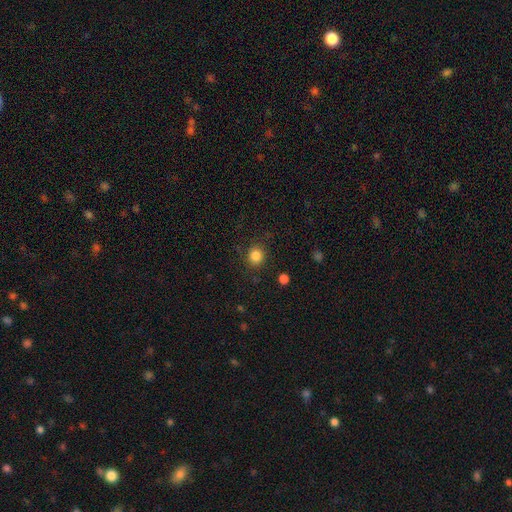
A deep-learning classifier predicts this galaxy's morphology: Overall: smooth (85%). How rounded: round (86%). Merging: none (85%).